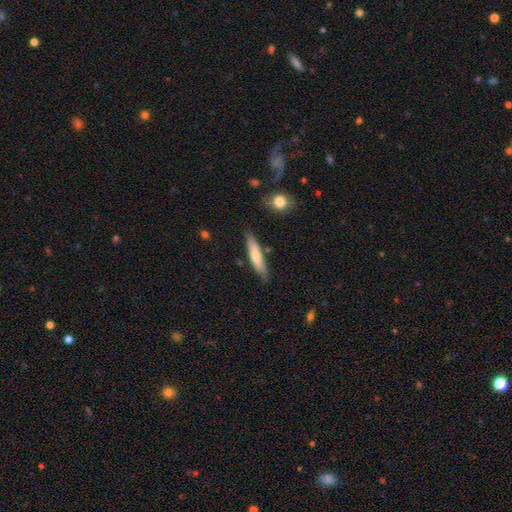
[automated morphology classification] smooth-or-featured: smooth: 65% | featured or disk: 29% | star or artifact: 6%
  how-rounded: cigar-shaped: 83% | in between: 16% | round: 1%
  merging: none: 80% | minor disturbance: 14% | merger: 3% | major disturbance: 3%